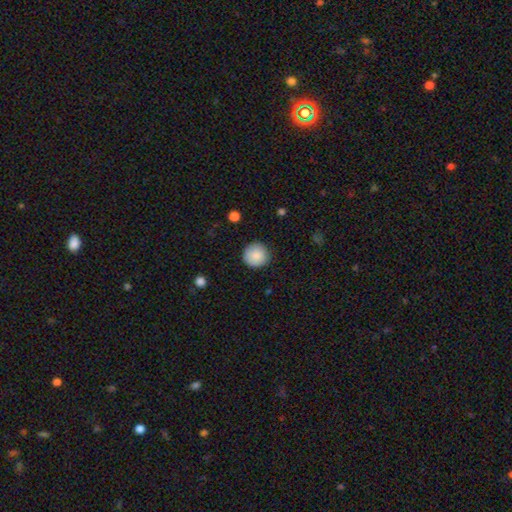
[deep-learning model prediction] smooth_or_featured: smooth (p=0.87) [alt: star or artifact p=0.08]
how_rounded: round (p=0.95) [alt: in between p=0.04]
merging: none (p=0.88) [alt: minor disturbance p=0.09]